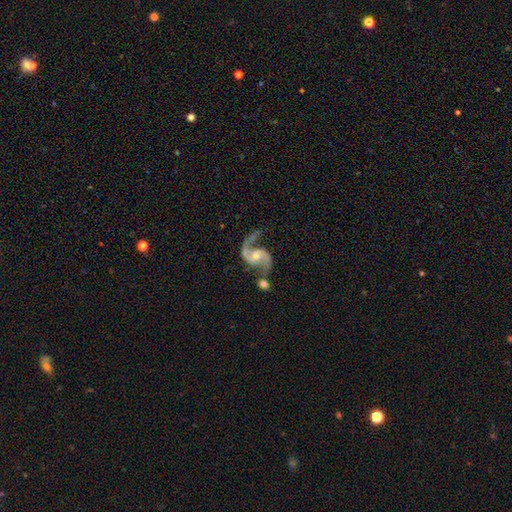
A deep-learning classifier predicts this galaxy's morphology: smooth_or_featured: featured or disk (p=0.92) [alt: star or artifact p=0.04]
disk_edge_on: no (p=0.98) [alt: yes p=0.02]
bar: no (p=0.50) [alt: weak p=0.39]
has_spiral_arms: yes (p=0.98) [alt: no p=0.02]
spiral_winding: loose (p=0.52) [alt: medium p=0.41]
spiral_arm_count: 2 (p=0.93) [alt: 1 p=0.02]
bulge_size: small (p=0.48) [alt: moderate p=0.42]
merging: none (p=0.58) [alt: minor disturbance p=0.17]